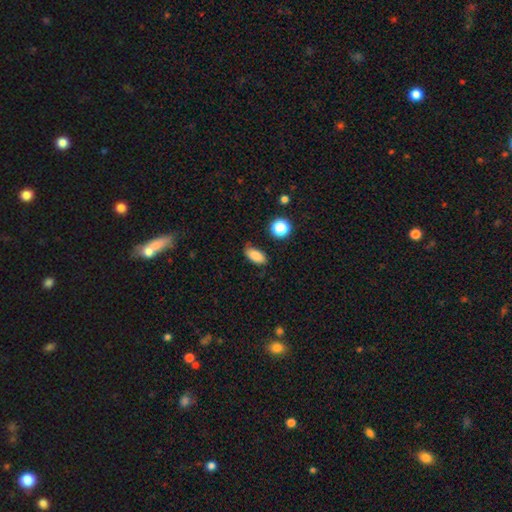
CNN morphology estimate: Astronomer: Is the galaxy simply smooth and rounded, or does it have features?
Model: smooth — 85%.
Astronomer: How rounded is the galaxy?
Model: in between — 88%.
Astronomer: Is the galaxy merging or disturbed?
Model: none — 78%.